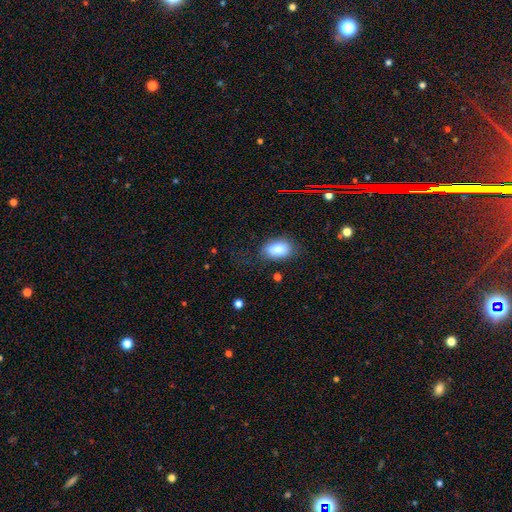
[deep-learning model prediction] This appears to be a smooth galaxy with no disk features (52%) that is in between round and cigar-shaped (69%). Merging: none (71%).